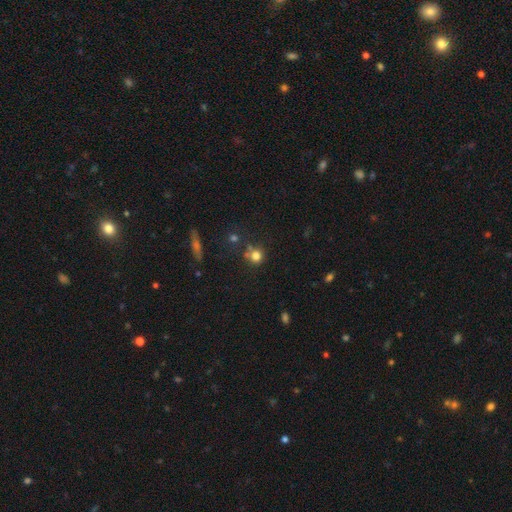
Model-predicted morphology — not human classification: smooth_or_featured: smooth (p=0.77) [alt: star or artifact p=0.14]
how_rounded: round (p=0.88) [alt: in between p=0.11]
merging: none (p=0.61) [alt: merger p=0.19]